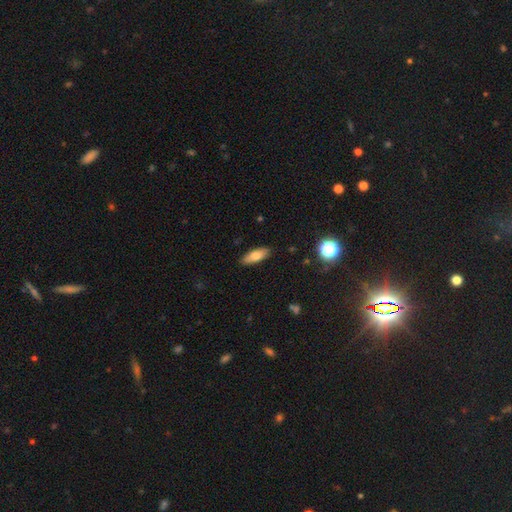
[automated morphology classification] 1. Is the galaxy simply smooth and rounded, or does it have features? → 76% smooth, 17% featured or disk, 7% star or artifact.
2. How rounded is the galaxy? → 69% in between, 29% cigar-shaped, 2% round.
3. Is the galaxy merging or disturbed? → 87% none, 9% minor disturbance, 2% major disturbance, 1% merger.